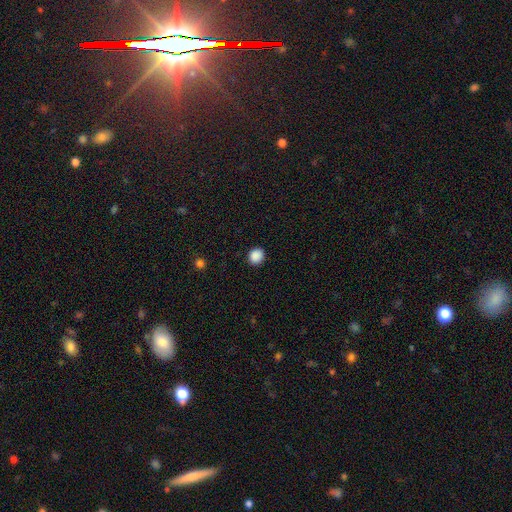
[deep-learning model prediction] This appears to be a smooth galaxy with no disk features (88%) that is round (81%). Merging: none (91%).